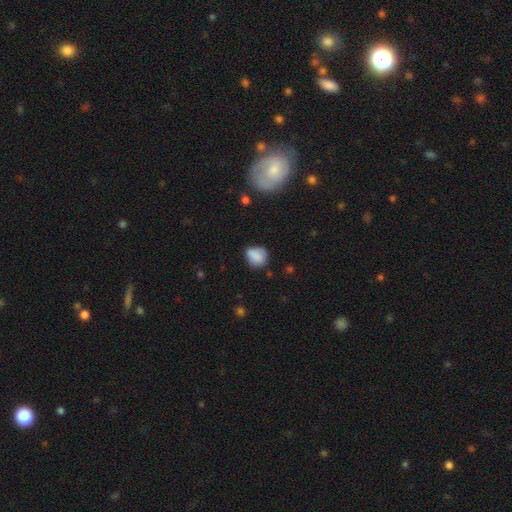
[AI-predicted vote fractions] Smooth or featured?
  - smooth: 82% *
  - featured or disk: 9%
  - star or artifact: 9%
How rounded?
  - round: 64% *
  - in between: 35%
  - cigar-shaped: 1%
Merging?
  - none: 64% *
  - minor disturbance: 27%
  - major disturbance: 7%
  - merger: 3%